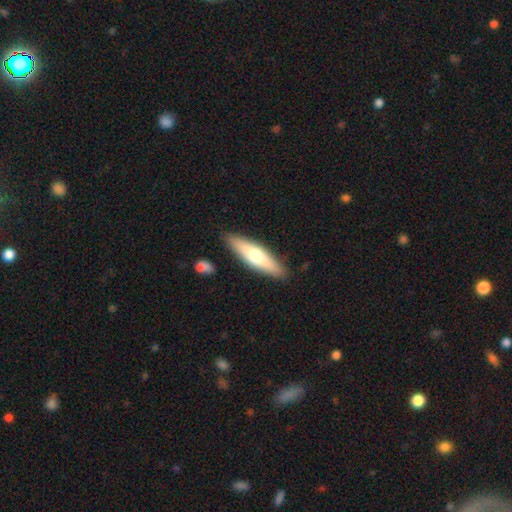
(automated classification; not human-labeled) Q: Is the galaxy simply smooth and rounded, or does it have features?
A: smooth — 55%.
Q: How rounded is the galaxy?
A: cigar-shaped — 68%.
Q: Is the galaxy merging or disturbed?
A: none — 87%.